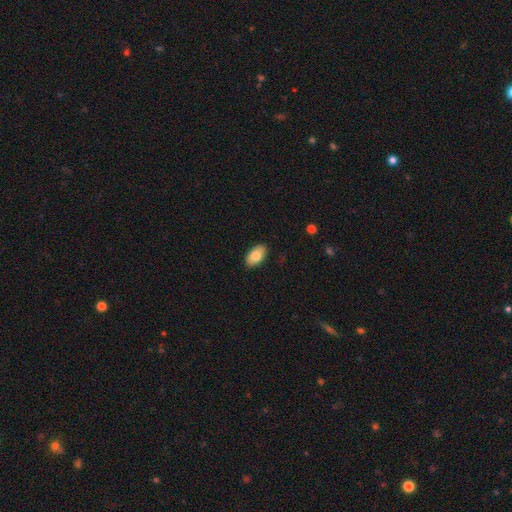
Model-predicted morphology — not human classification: The model was most divided on "smooth or featured": smooth: 82%, featured or disk: 12%, star or artifact: 6%. More confident: how rounded — in between (95%); merging — none (88%).